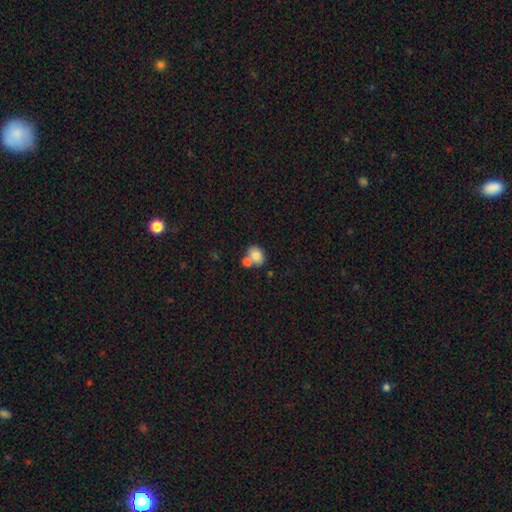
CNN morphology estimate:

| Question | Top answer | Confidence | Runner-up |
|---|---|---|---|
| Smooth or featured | smooth | 79% | featured or disk (12%) |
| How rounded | in between | 57% | round (42%) |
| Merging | none | 45% | merger (40%) |